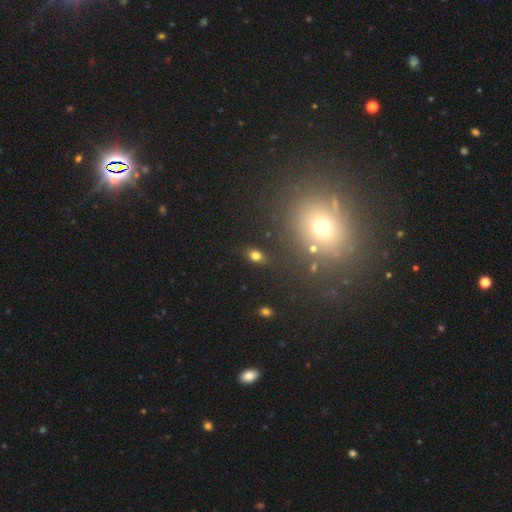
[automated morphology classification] The model was most divided on "smooth or featured": smooth: 76%, star or artifact: 16%, featured or disk: 8%. More confident: merging — none (81%); how rounded — in between (79%).